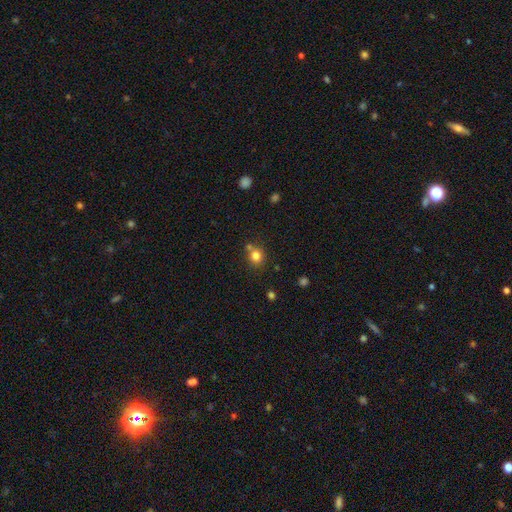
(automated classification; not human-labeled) A smooth galaxy with no disk features (80%) that is round (79%).

Vote fractions:
- Smooth or featured? smooth: 80% / star or artifact: 13% / featured or disk: 8%
- How rounded? round: 79% / in between: 20% / cigar-shaped: 1%
- Merging? none: 65% / merger: 19% / minor disturbance: 12% / major disturbance: 4%